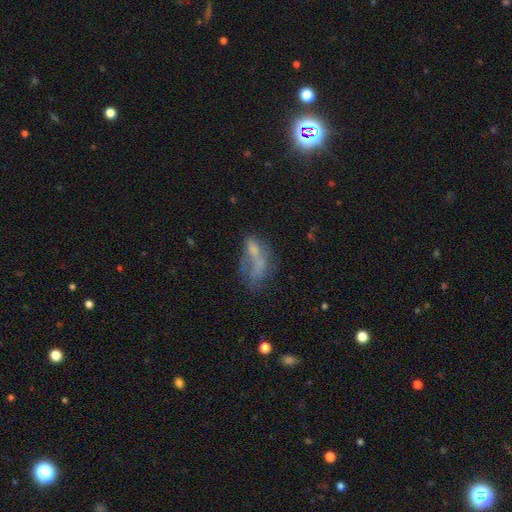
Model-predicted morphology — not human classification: Smooth or featured? smooth (44%)
Merging? major disturbance (34%)